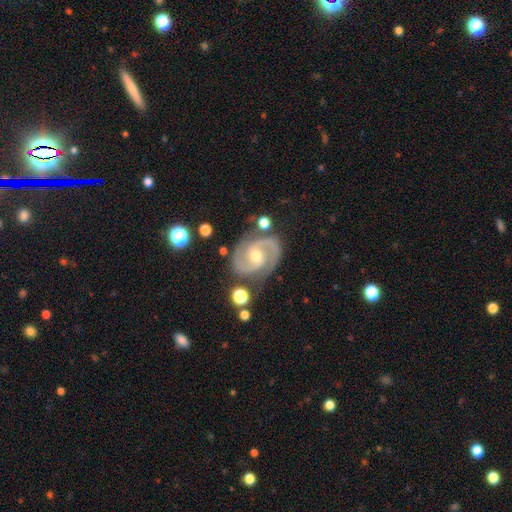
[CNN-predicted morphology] This appears to be a featured or disk galaxy (91%) with no bar (49%), 2 (93%) medium (58%) spiral arms (98%) and a moderate central bulge (55%). Merging: none (78%).